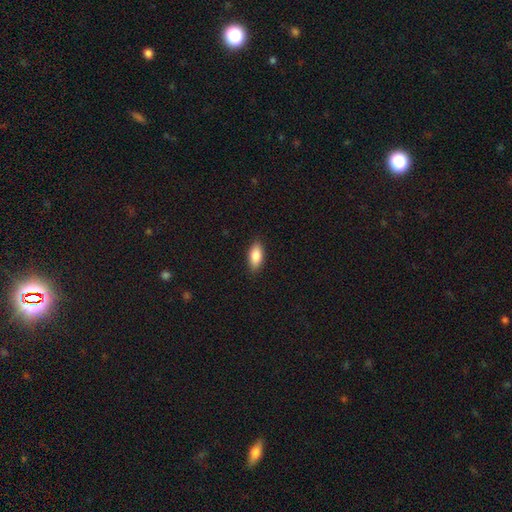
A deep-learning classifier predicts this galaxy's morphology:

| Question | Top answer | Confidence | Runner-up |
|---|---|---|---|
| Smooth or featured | smooth | 85% | featured or disk (8%) |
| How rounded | in between | 87% | cigar-shaped (10%) |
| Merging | none | 89% | minor disturbance (8%) |